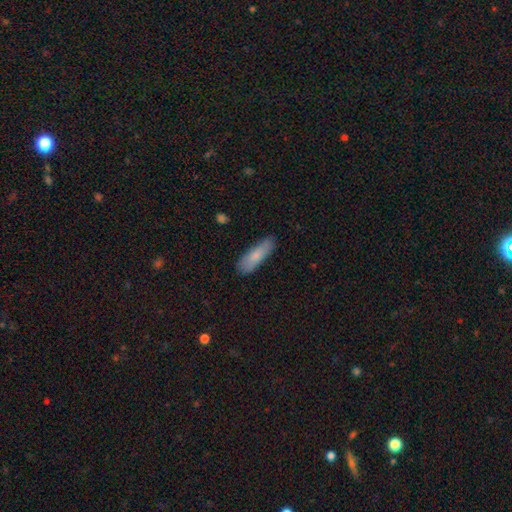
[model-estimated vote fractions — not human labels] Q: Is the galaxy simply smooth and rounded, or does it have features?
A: smooth — 78%.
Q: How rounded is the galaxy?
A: cigar-shaped — 56%.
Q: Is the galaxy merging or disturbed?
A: none — 81%.